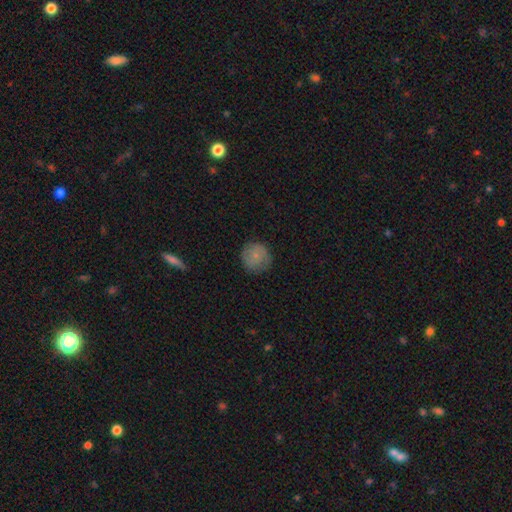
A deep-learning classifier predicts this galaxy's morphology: This is likely a smooth galaxy (72%). How rounded: clearly round (90%). Merging: likely none (79%).